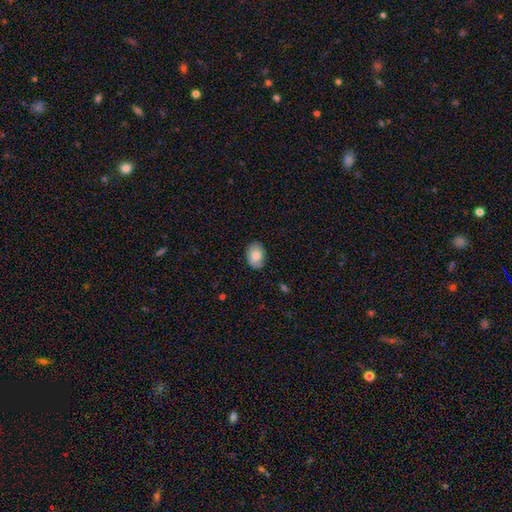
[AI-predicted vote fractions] smooth-or-featured: smooth: 78% | featured or disk: 15% | star or artifact: 7%
  how-rounded: in between: 74% | round: 25% | cigar-shaped: 1%
  merging: none: 76% | minor disturbance: 19% | major disturbance: 4% | merger: 1%